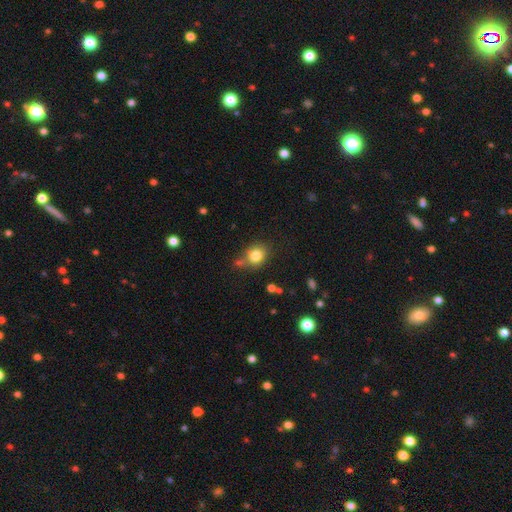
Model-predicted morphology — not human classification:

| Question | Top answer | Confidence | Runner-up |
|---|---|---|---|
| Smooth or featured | smooth | 81% | star or artifact (11%) |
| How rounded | round | 71% | in between (28%) |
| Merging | none | 67% | minor disturbance (15%) |